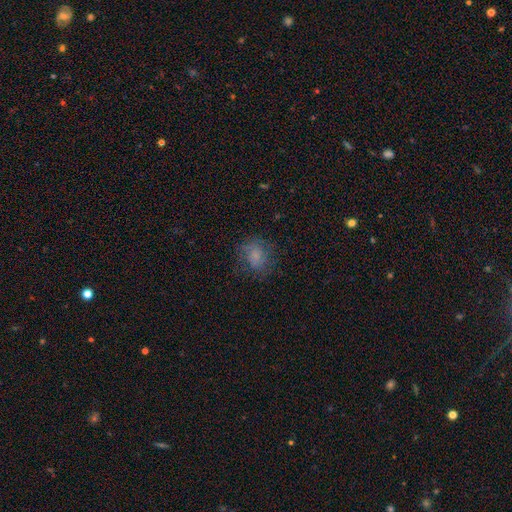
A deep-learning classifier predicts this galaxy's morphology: smooth_or_featured: smooth (p=0.68) [alt: featured or disk p=0.19]
how_rounded: round (p=0.63) [alt: in between p=0.36]
merging: none (p=0.67) [alt: minor disturbance p=0.19]